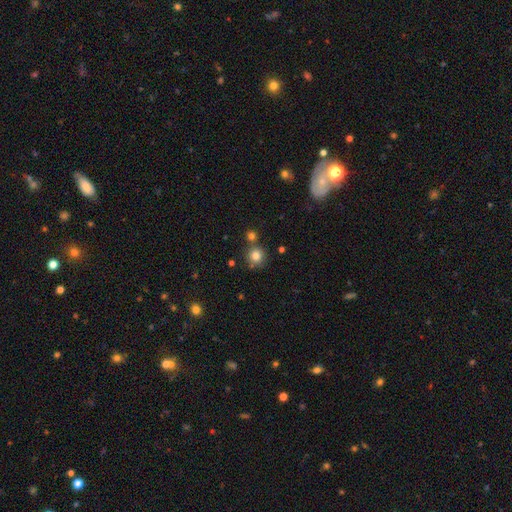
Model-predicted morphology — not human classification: smooth_or_featured: smooth (p=0.80) [alt: star or artifact p=0.13]
how_rounded: round (p=0.91) [alt: in between p=0.08]
merging: none (p=0.73) [alt: merger p=0.15]